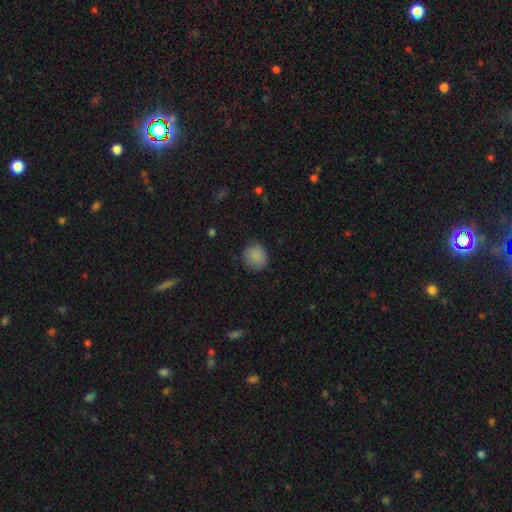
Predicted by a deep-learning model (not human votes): Smooth or featured?
  - smooth: 87% *
  - star or artifact: 9%
  - featured or disk: 3%
How rounded?
  - round: 90% *
  - in between: 9%
  - cigar-shaped: 1%
Merging?
  - none: 87% *
  - minor disturbance: 10%
  - major disturbance: 3%
  - merger: 1%